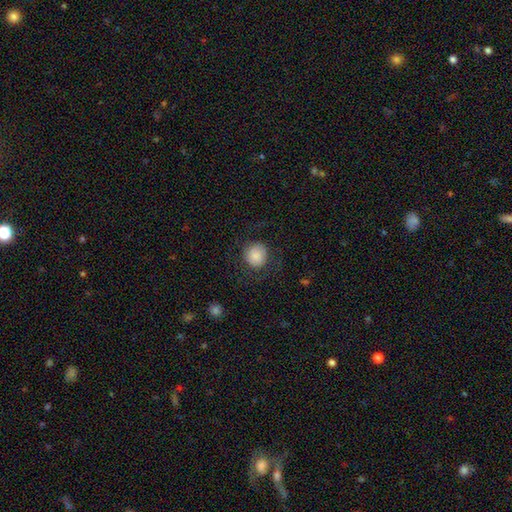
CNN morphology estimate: Smooth or featured? Predicted: smooth (p=0.80). How rounded? Predicted: round (p=0.89). Merging? Predicted: none (p=0.76).